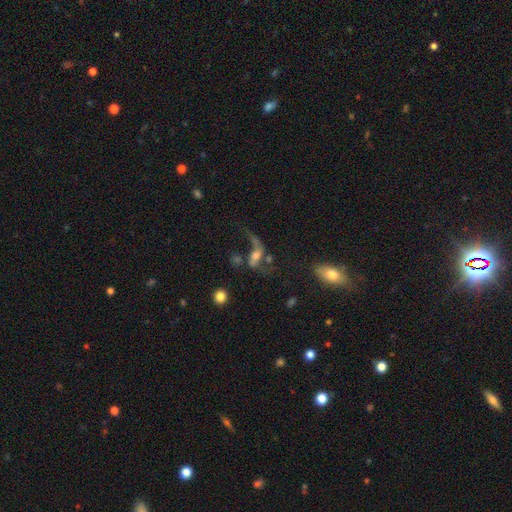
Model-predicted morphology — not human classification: This is likely a featured or disk galaxy (67%). It is clearly not viewed edge-on (90%). Bar: possibly no (51%). Spiral arm pattern: likely yes (77%). Central bulge: possibly moderate (47%). Merging: marginally major disturbance (39%).